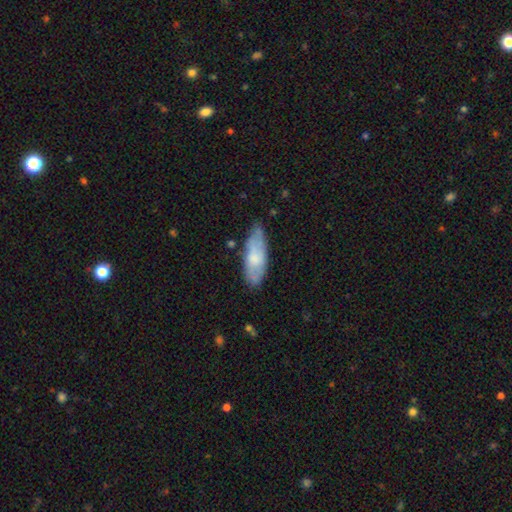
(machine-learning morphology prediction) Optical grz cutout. It shows a smooth galaxy with no disk features (63%) that is in between round and cigar-shaped (69%). Merging: none (68%).